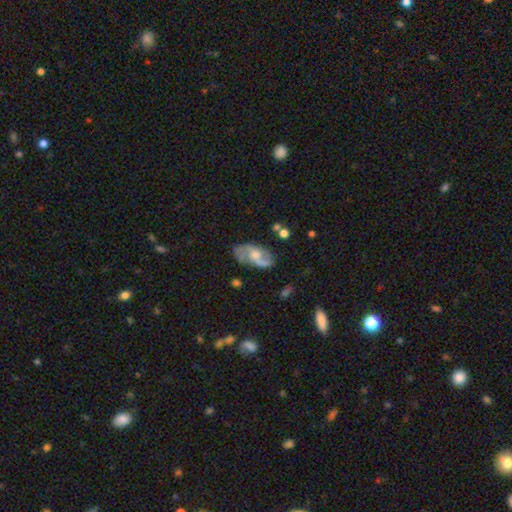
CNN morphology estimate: A featured or disk galaxy (72%) with no bar (58%), 2 (81%) medium (44%) spiral arms (87%) and a moderate central bulge (54%). Merging: none (67%).